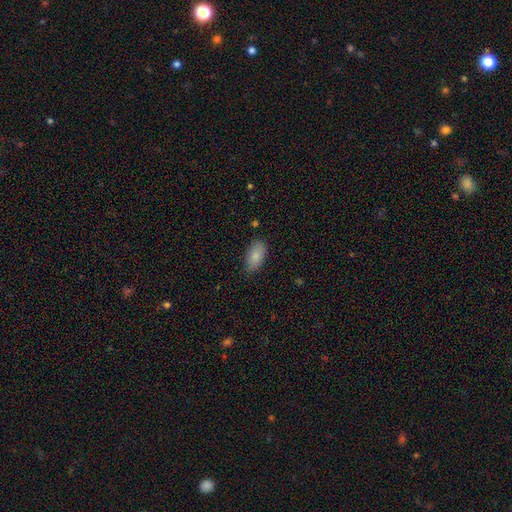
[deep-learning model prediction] smooth 86%, featured or disk 7%, star or artifact 7%. Down the decision tree: how rounded — in between (93%); merging — none (80%).